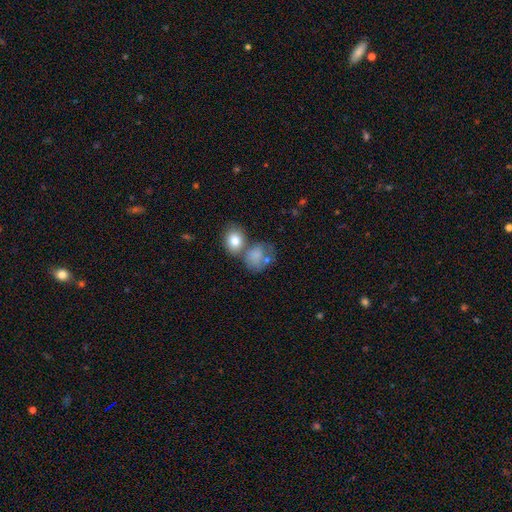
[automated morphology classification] Smooth or featured: smooth — 75% (featured or disk — 16%)
How rounded: round — 50% (in between — 48%)
Merging: merger — 37% (none — 32%)